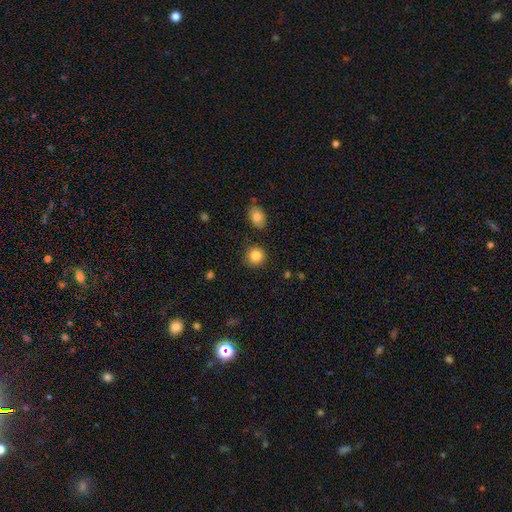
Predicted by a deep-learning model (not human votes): This is clearly a smooth galaxy (85%). How rounded: clearly round (90%). Merging: clearly none (88%).